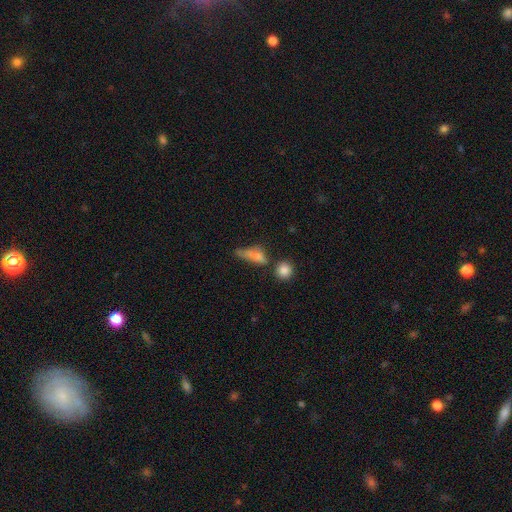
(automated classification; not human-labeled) Smooth or featured? smooth (65%)
How rounded? in between (53%)
Merging? none (34%)